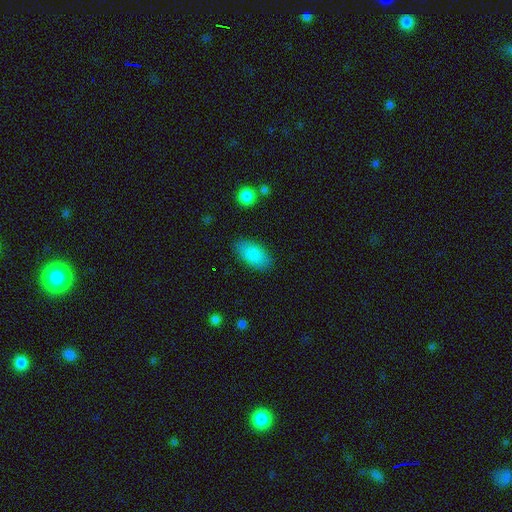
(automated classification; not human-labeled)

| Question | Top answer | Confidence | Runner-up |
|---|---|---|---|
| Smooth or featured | smooth | 86% | featured or disk (7%) |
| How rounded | in between | 94% | cigar-shaped (3%) |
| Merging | none | 85% | minor disturbance (11%) |